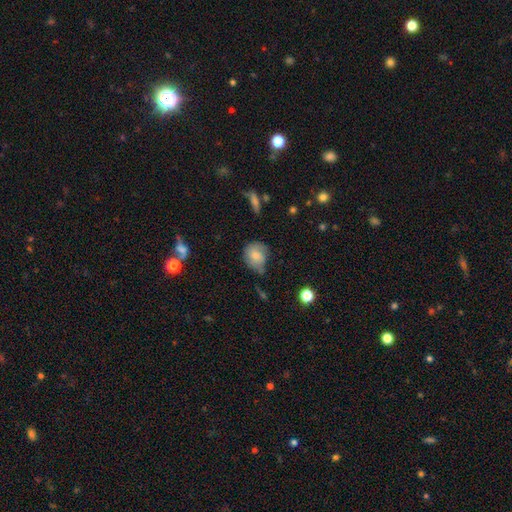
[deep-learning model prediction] Smooth or featured: smooth — 73% (featured or disk — 19%)
How rounded: round — 68% (in between — 30%)
Merging: none — 49% (minor disturbance — 36%)